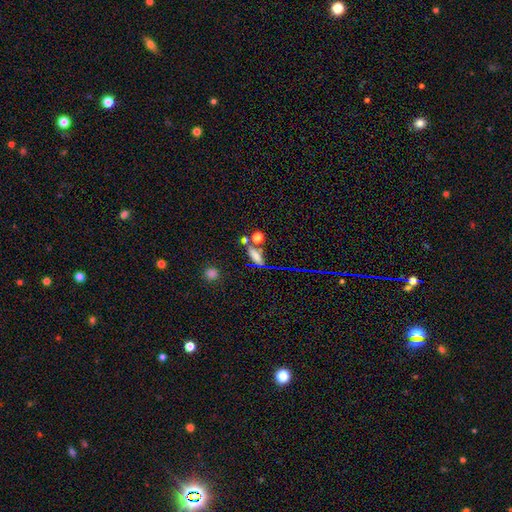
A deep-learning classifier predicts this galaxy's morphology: Smooth or featured? Predicted: smooth (p=0.61). How rounded? Predicted: in between (p=0.53). Merging? Predicted: none (p=0.61).